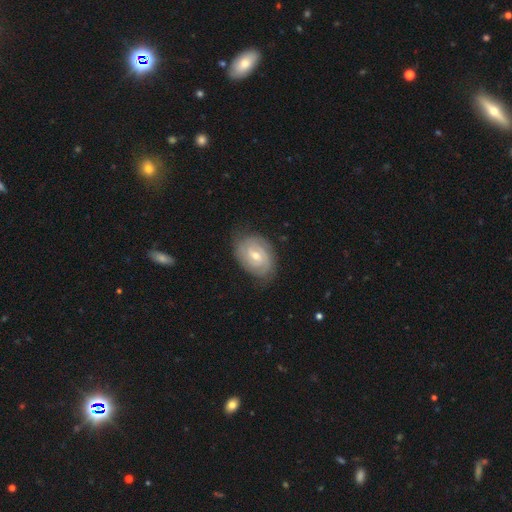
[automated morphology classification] smooth-or-featured: featured or disk: 72% | smooth: 21% | star or artifact: 7%
  disk-edge-on: no: 96% | yes: 4%
    bar: weak: 46% | no: 44% | strong: 10%
    has-spiral-arms: yes: 89% | no: 11%
      spiral-winding: tight: 71% | medium: 23% | loose: 7%
      spiral-arm-count: 2: 38% | can't tell: 37% | 3: 12% | 4: 5% | 1: 4% | more than 4: 3%
    bulge-size: moderate: 53% | small: 44% | large: 2% | none: 1% | dominant: 1%
  merging: none: 78% | minor disturbance: 17% | major disturbance: 4% | merger: 1%